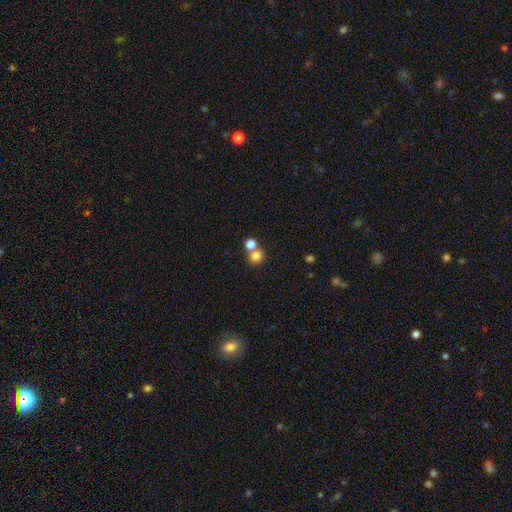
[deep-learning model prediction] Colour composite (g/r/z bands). It shows a smooth galaxy with no disk features (79%) that is round (87%). Merging: none (53%).